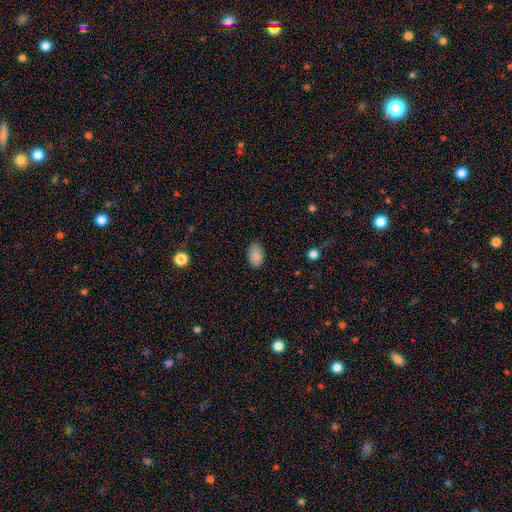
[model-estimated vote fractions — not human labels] Q: Smooth or featured?
A: smooth (88%); runner-up: star or artifact (8%)
Q: How rounded?
A: in between (90%); runner-up: round (8%)
Q: Merging?
A: none (84%); runner-up: minor disturbance (12%)